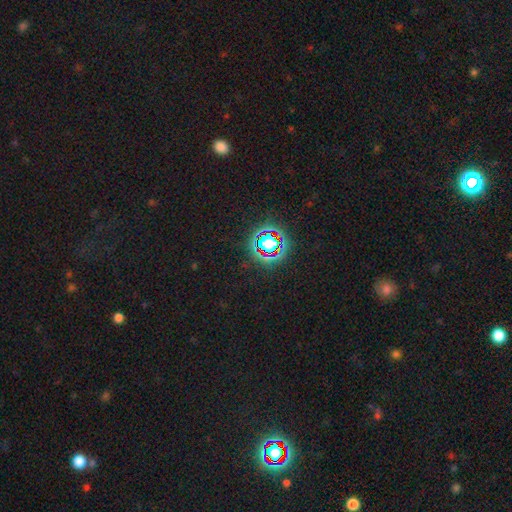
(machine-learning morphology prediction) star or artifact 78%, smooth 14%, featured or disk 8%.